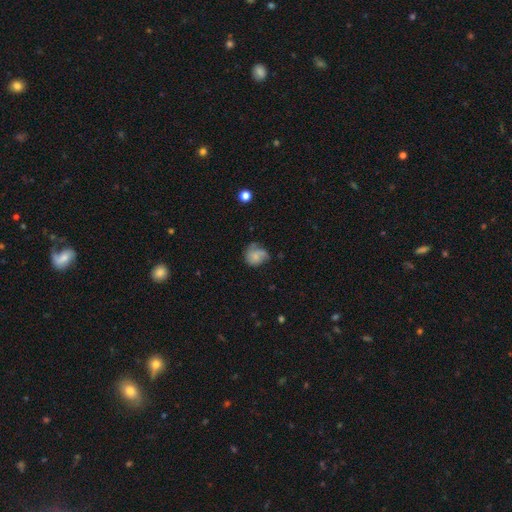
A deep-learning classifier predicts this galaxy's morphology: Smooth or featured? smooth (58%)
How rounded? round (68%)
Merging? none (45%)